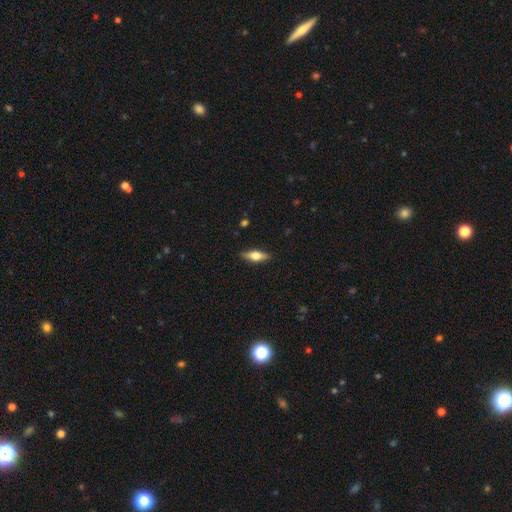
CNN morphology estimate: A smooth galaxy with no disk features (53%) that is in between round and cigar-shaped (58%).

Vote fractions:
- Smooth or featured? smooth: 53% / featured or disk: 41% / star or artifact: 7%
- How rounded? in between: 58% / cigar-shaped: 39% / round: 3%
- Merging? none: 87% / minor disturbance: 10% / major disturbance: 2% / merger: 1%